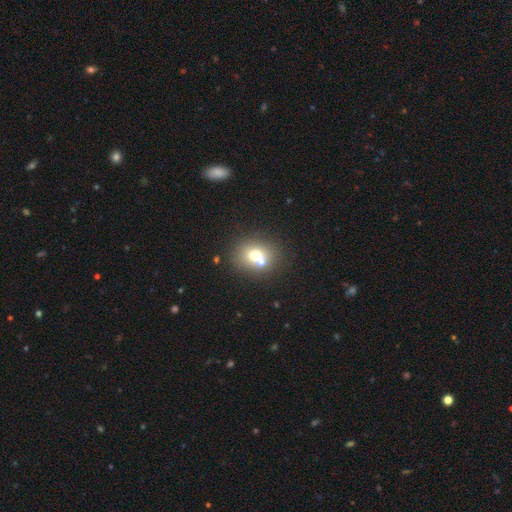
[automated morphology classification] smooth 66%, featured or disk 20%, star or artifact 15%. Down the decision tree: how rounded — round (69%); merging — none (52%).